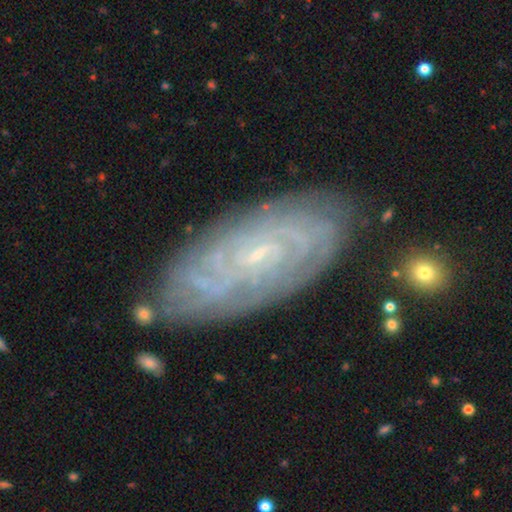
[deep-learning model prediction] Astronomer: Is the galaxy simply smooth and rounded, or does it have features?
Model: featured or disk — 81%.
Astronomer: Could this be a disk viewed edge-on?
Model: no — 92%.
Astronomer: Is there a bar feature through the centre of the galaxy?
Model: no — 67%.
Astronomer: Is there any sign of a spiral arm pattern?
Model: yes — 95%.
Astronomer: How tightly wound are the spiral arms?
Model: tight — 80%.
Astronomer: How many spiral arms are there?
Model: can't tell — 42%.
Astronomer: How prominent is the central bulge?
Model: small — 86%.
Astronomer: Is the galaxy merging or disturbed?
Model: none — 82%.